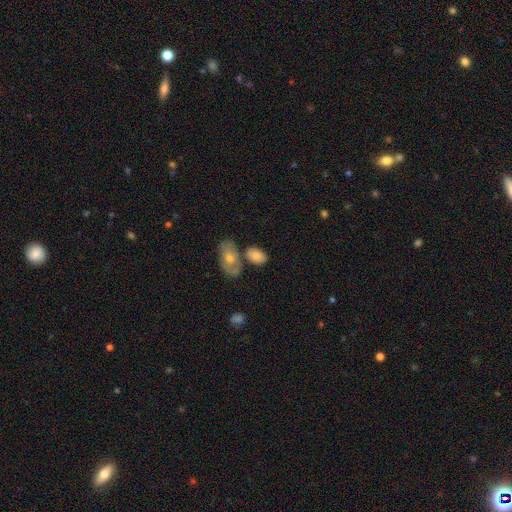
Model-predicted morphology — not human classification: type=smooth (78%); roundness=in between (86%); merging=none (56%).